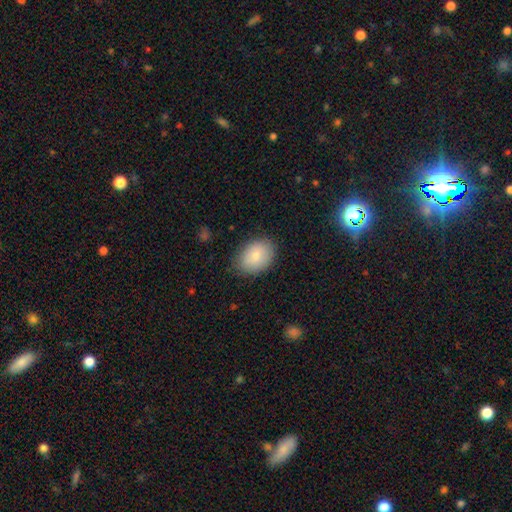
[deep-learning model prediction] smooth 83%, featured or disk 10%, star or artifact 7%. Down the decision tree: how rounded — in between (76%); merging — none (82%).